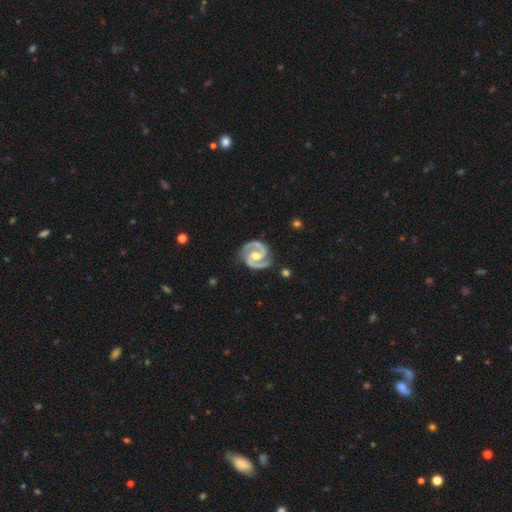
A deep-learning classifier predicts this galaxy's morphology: Smooth or featured? Predicted: featured or disk (p=0.94). Edge-on disk? Predicted: no (p=0.98). Bar? Predicted: weak (p=0.40). Spiral arms? Predicted: yes (p=0.99). Spiral winding? Predicted: medium (p=0.53). Spiral arm count? Predicted: 2 (p=0.95). Bulge size? Predicted: moderate (p=0.74). Merging? Predicted: none (p=0.84).